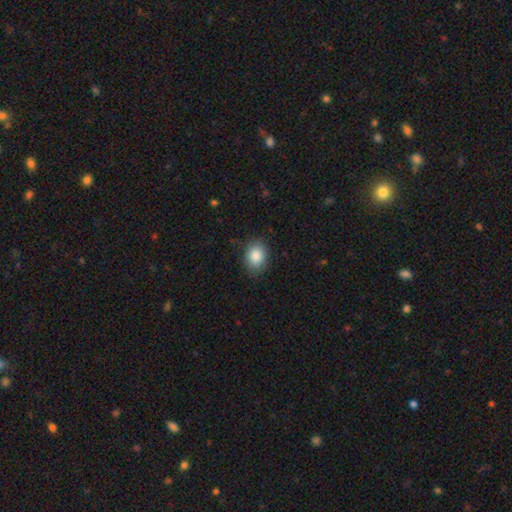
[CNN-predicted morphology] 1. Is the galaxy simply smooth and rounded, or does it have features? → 87% smooth, 8% star or artifact, 5% featured or disk.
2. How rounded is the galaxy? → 69% in between, 30% round, 1% cigar-shaped.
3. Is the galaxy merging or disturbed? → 83% none, 13% minor disturbance, 3% major disturbance, 1% merger.